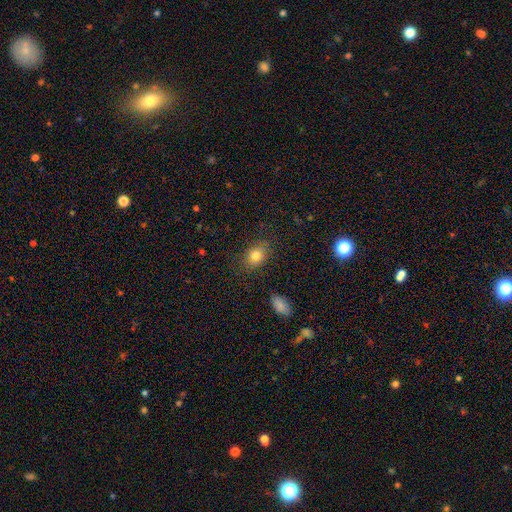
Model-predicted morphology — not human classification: A smooth galaxy with no disk features (82%) that is in between round and cigar-shaped (68%). Merging: none (80%).